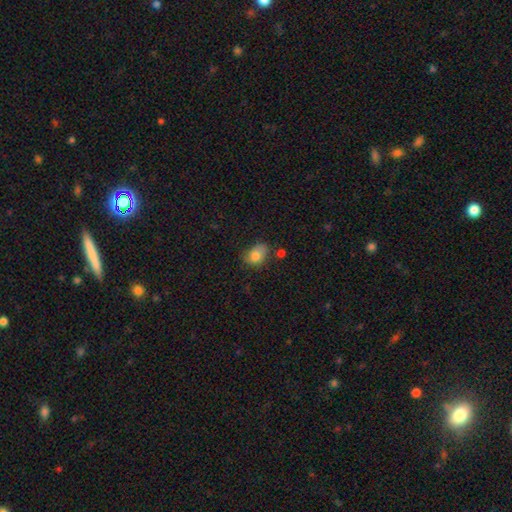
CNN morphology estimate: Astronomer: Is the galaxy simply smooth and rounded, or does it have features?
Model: smooth — 80%.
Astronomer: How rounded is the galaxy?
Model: in between — 68%.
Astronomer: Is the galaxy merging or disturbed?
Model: none — 49% (runner-up: minor disturbance, 33%).